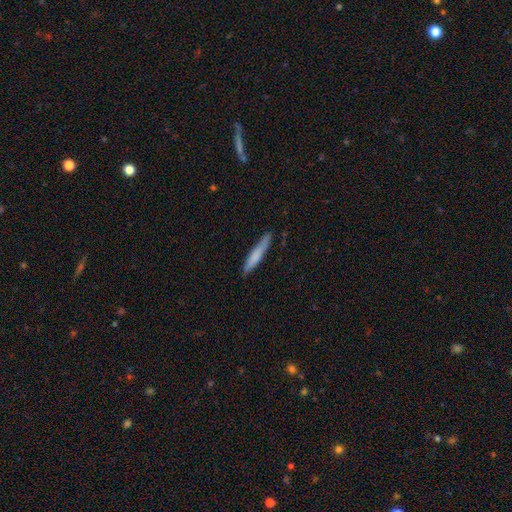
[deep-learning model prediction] smooth 69%, featured or disk 25%, star or artifact 6%. Down the decision tree: how rounded — cigar-shaped (93%); merging — none (83%).